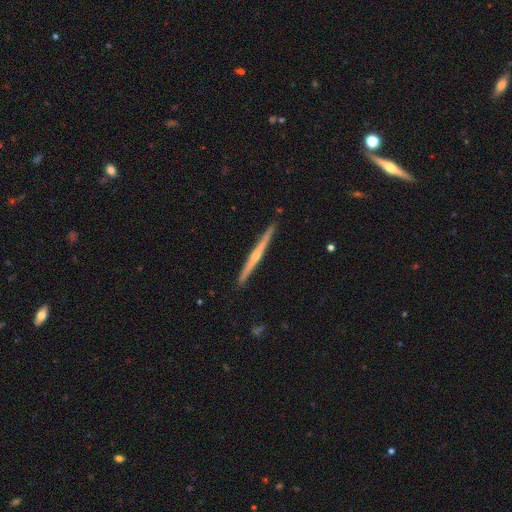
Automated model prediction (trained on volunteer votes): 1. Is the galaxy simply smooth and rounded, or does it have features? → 78% featured or disk, 17% smooth, 5% star or artifact.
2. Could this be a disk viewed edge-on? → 98% yes, 2% no.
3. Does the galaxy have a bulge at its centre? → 75% rounded, 21% none, 4% boxy.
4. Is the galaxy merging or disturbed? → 92% none, 6% minor disturbance, 1% major disturbance, 1% merger.